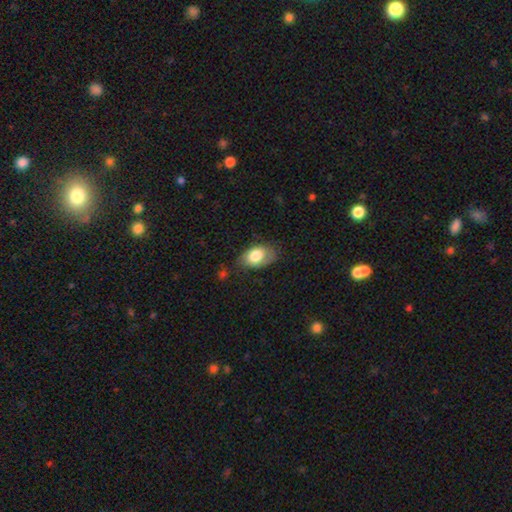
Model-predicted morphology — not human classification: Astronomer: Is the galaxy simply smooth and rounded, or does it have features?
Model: smooth — 75%.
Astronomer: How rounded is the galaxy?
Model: in between — 91%.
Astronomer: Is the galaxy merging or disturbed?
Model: none — 63%.